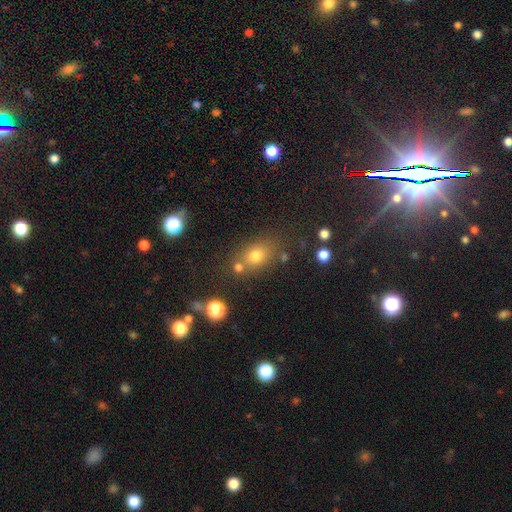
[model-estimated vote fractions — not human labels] smooth_or_featured: smooth (p=0.71) [alt: star or artifact p=0.16]
how_rounded: in between (p=0.54) [alt: round p=0.43]
merging: none (p=0.67) [alt: merger p=0.14]